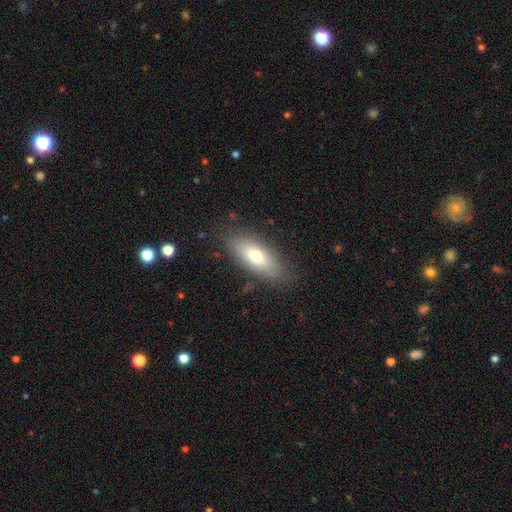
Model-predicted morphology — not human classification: A smooth galaxy with no disk features (67%) that is in between round and cigar-shaped (77%).

Vote fractions:
- Smooth or featured? smooth: 67% / featured or disk: 25% / star or artifact: 8%
- How rounded? in between: 77% / cigar-shaped: 19% / round: 4%
- Merging? none: 83% / minor disturbance: 12% / major disturbance: 4% / merger: 1%